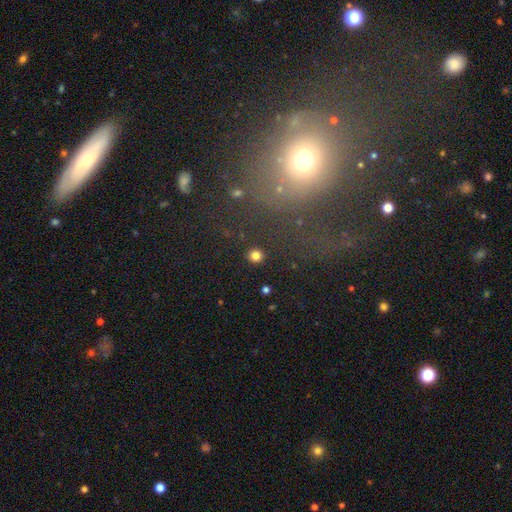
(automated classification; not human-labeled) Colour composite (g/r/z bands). It shows a smooth galaxy with no disk features (82%) that is round (92%). Merging: none (91%).